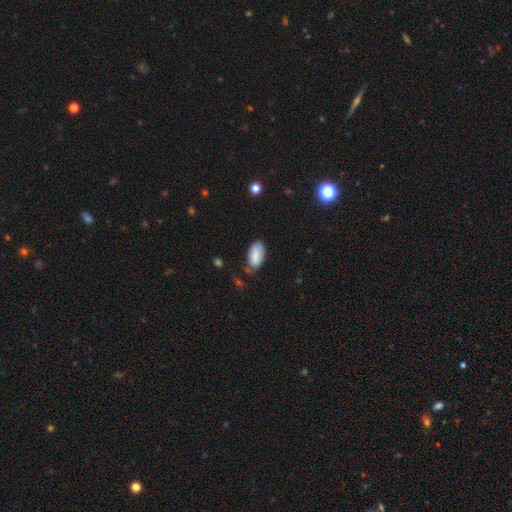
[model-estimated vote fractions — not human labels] Smooth or featured: smooth — 84% (featured or disk — 9%)
How rounded: in between — 94% (cigar-shaped — 4%)
Merging: none — 64% (minor disturbance — 26%)